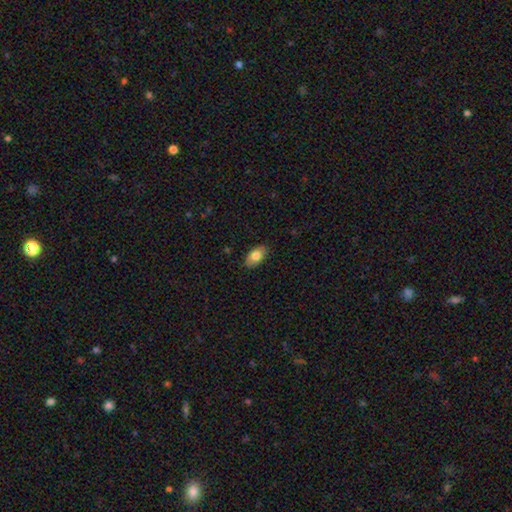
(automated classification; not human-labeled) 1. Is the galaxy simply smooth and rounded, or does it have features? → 80% smooth, 13% featured or disk, 7% star or artifact.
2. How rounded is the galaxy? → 92% in between, 6% round, 2% cigar-shaped.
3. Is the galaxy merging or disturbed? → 85% none, 12% minor disturbance, 2% major disturbance, 1% merger.